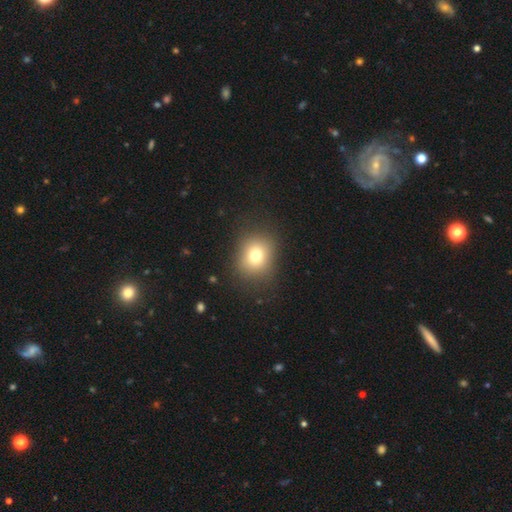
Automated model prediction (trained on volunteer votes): smooth 76%, star or artifact 13%, featured or disk 11%. Down the decision tree: how rounded — round (63%); merging — none (83%).